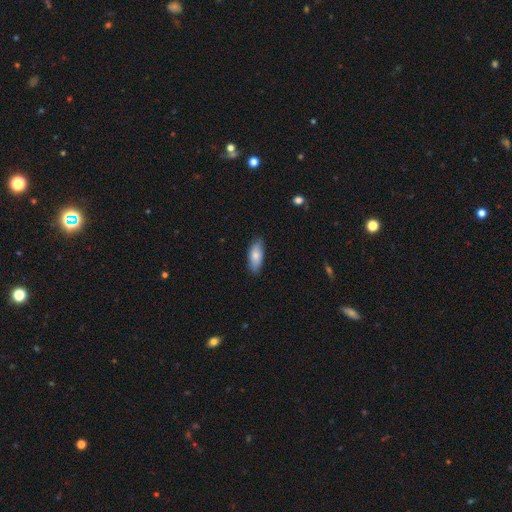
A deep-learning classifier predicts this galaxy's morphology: This appears to be a smooth galaxy with no disk features (78%) that is in between round and cigar-shaped (80%). Merging: none (82%).